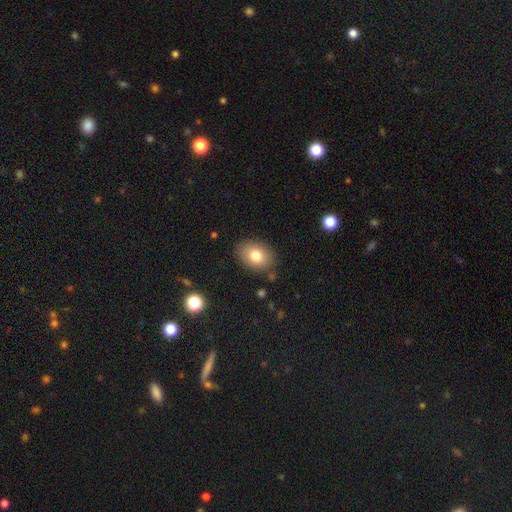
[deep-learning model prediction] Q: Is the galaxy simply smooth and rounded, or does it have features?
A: smooth — 79%.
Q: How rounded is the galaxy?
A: in between — 67%.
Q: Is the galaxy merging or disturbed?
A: none — 84%.